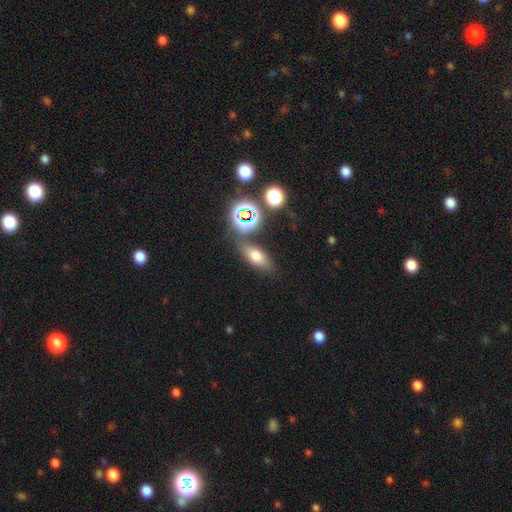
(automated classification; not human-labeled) A smooth galaxy with no disk features (63%) that is in between round and cigar-shaped (73%).

Vote fractions:
- Smooth or featured? smooth: 63% / star or artifact: 20% / featured or disk: 17%
- How rounded? in between: 73% / cigar-shaped: 15% / round: 12%
- Merging? none: 70% / minor disturbance: 13% / merger: 12% / major disturbance: 5%